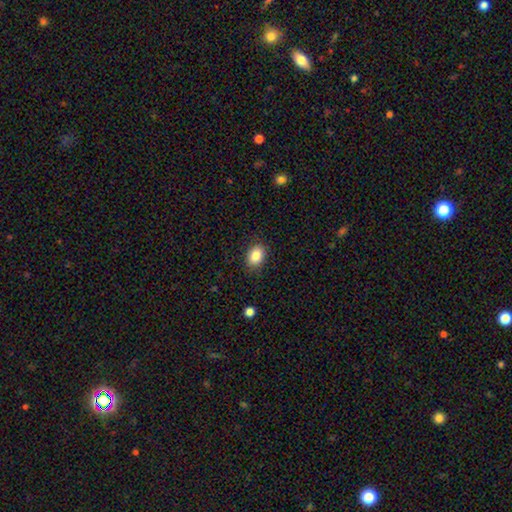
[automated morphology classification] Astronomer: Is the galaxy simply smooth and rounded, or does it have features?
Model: smooth — 85%.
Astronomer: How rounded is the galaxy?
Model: in between — 73%.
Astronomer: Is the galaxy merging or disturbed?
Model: none — 86%.